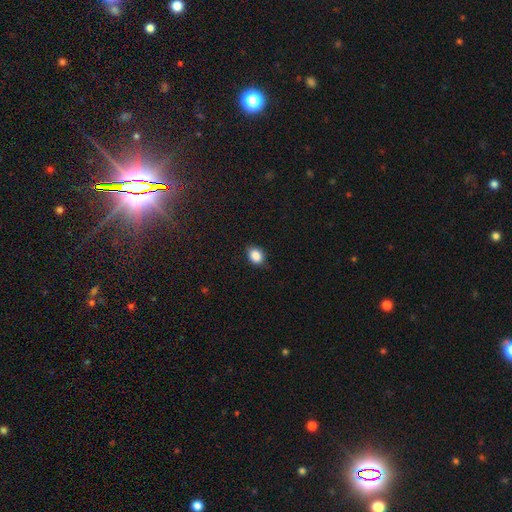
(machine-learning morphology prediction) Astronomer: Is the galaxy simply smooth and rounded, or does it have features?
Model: smooth — 87%.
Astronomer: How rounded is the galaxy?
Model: in between — 60% (runner-up: round, 39%).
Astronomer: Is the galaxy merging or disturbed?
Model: none — 82%.